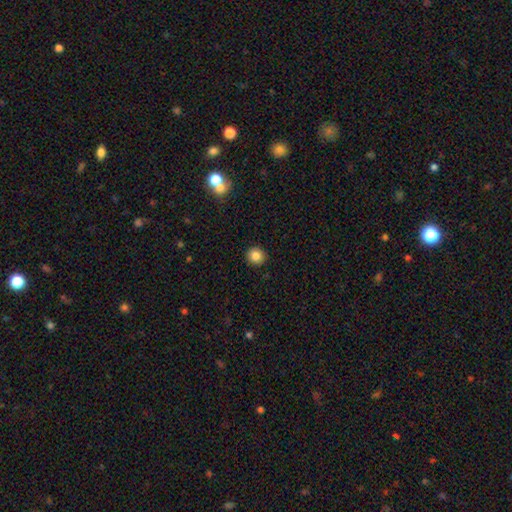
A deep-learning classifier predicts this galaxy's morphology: Smooth or featured? smooth (84%)
How rounded? round (89%)
Merging? none (92%)